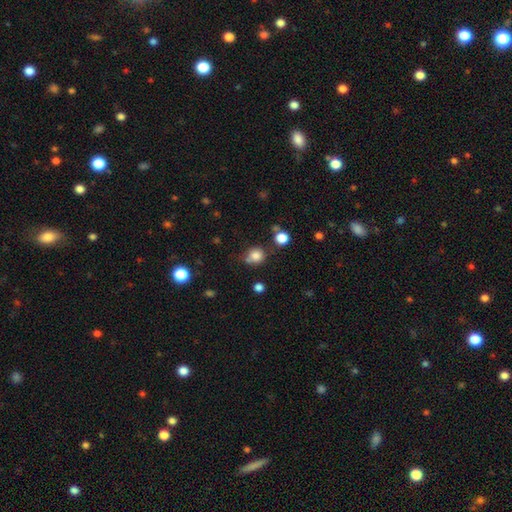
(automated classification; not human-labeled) This appears to be a smooth galaxy with no disk features (81%) that is round (85%). Merging: none (66%).